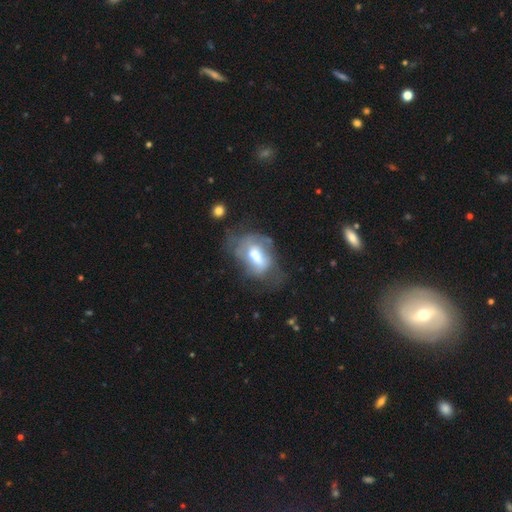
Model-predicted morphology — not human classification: This appears to be a featured or disk galaxy (49%). Merging: major disturbance (37%).